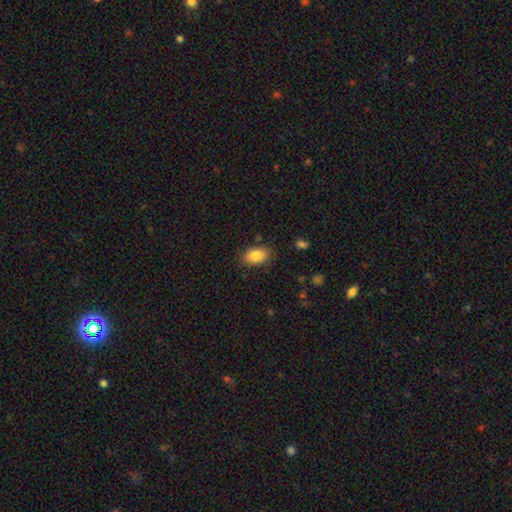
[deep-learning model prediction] Smooth or featured?
  - smooth: 86% *
  - star or artifact: 8%
  - featured or disk: 6%
How rounded?
  - in between: 86% *
  - round: 13%
  - cigar-shaped: 1%
Merging?
  - none: 82% *
  - minor disturbance: 13%
  - major disturbance: 3%
  - merger: 2%